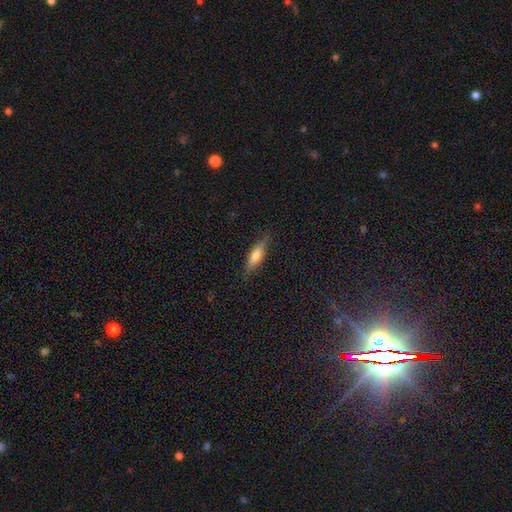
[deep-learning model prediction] This is likely a smooth galaxy (61%). How rounded: likely cigar-shaped (61%). Merging: clearly none (82%).